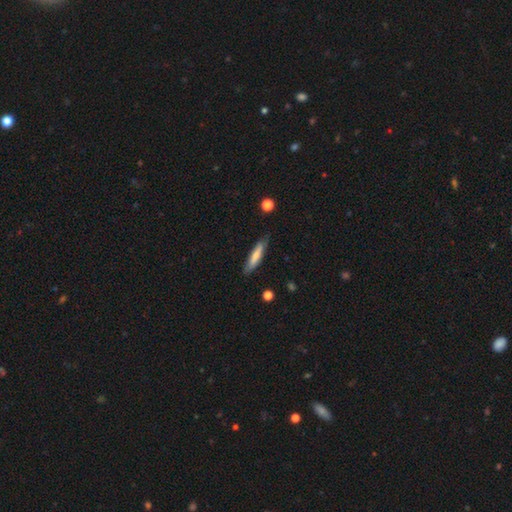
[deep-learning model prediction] The model was most divided on "smooth or featured": smooth: 67%, featured or disk: 27%, star or artifact: 6%. More confident: how rounded — cigar-shaped (84%); merging — none (79%).